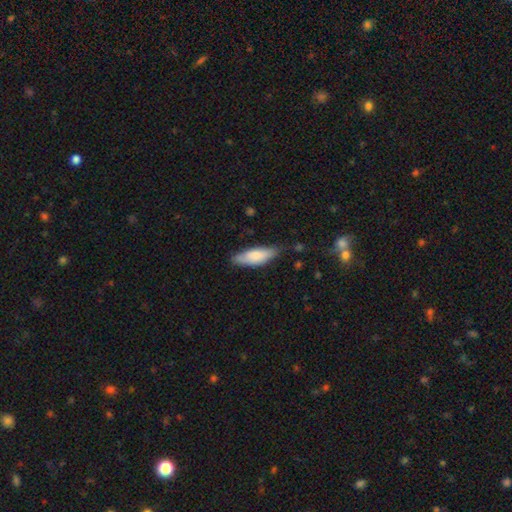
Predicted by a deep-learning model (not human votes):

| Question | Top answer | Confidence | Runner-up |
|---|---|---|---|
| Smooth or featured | smooth | 77% | featured or disk (17%) |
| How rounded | in between | 61% | cigar-shaped (38%) |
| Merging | none | 69% | minor disturbance (25%) |